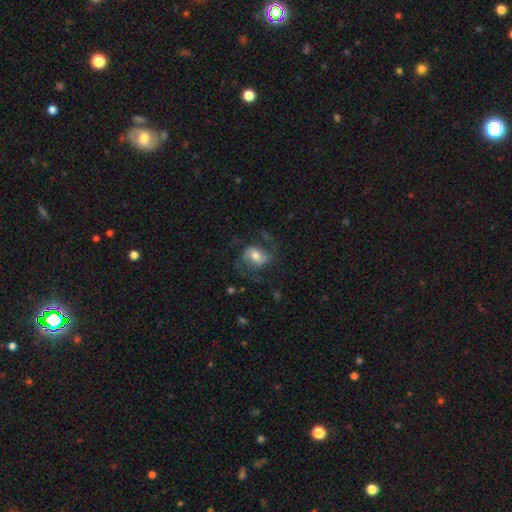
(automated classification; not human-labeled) A featured or disk galaxy (68%) with a weak bar (45%), 2 (84%) medium (48%) spiral arms (90%) and a moderate central bulge (63%). Merging: none (60%).